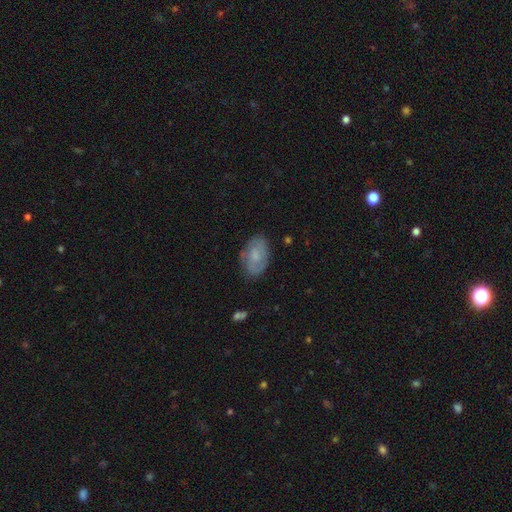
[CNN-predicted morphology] The model was most divided on "smooth or featured": smooth: 58%, featured or disk: 35%, star or artifact: 7%. More confident: how rounded — in between (90%); merging — none (76%).